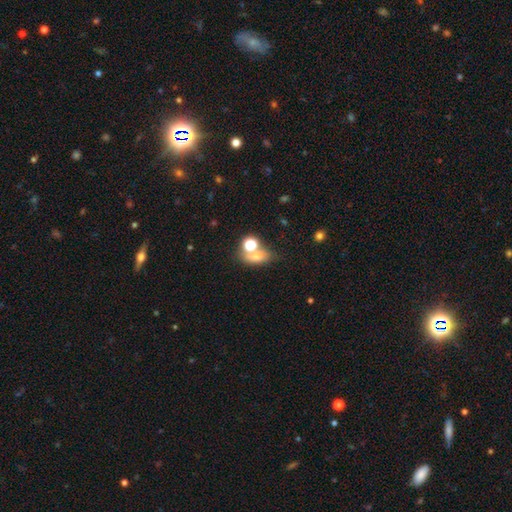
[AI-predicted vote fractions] This is likely a smooth galaxy (67%). How rounded: likely in between (64%). Merging: marginally none (43%).